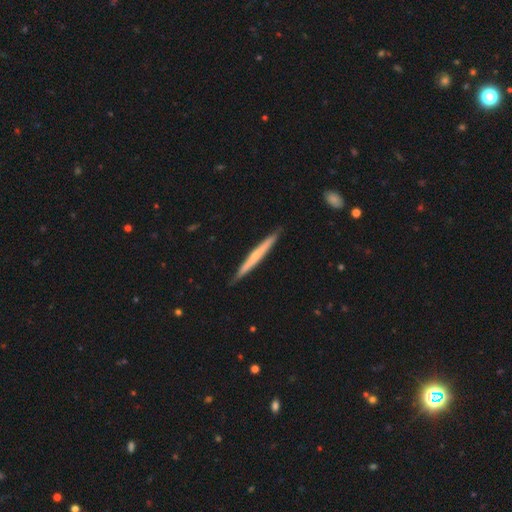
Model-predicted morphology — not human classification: smooth-or-featured: featured or disk: 53% | smooth: 41% | star or artifact: 5%
  disk-edge-on: yes: 97% | no: 3%
    edge-on-bulge: none: 59% | rounded: 37% | boxy: 4%
  merging: none: 90% | minor disturbance: 7% | major disturbance: 1% | merger: 1%